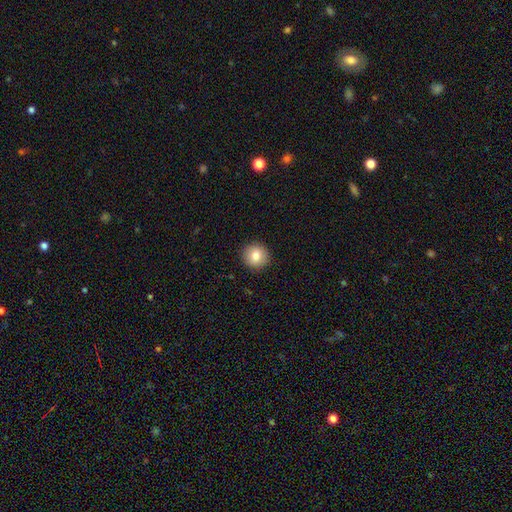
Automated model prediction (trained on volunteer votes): smooth_or_featured: smooth (p=0.83) [alt: star or artifact p=0.09]
how_rounded: round (p=0.94) [alt: in between p=0.05]
merging: none (p=0.92) [alt: minor disturbance p=0.05]